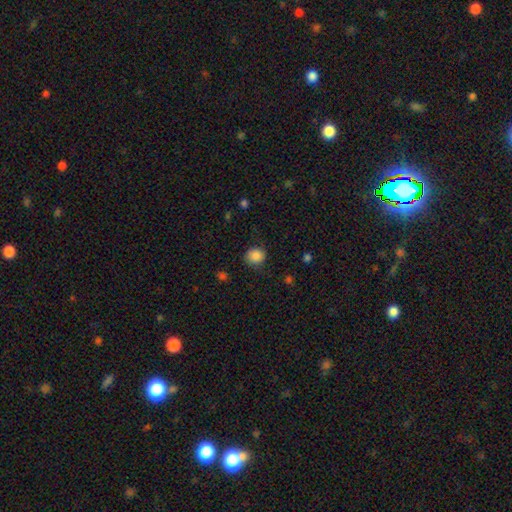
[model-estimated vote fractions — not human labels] smooth_or_featured: smooth (p=0.84) [alt: star or artifact p=0.09]
how_rounded: round (p=0.80) [alt: in between p=0.19]
merging: none (p=0.81) [alt: minor disturbance p=0.14]